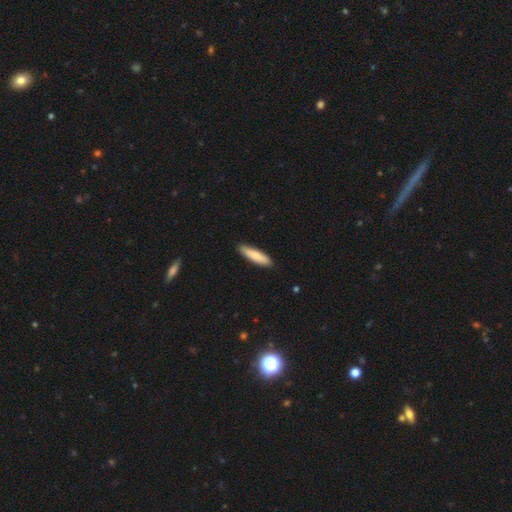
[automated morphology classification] Smooth or featured? smooth (80%)
How rounded? cigar-shaped (74%)
Merging? none (89%)